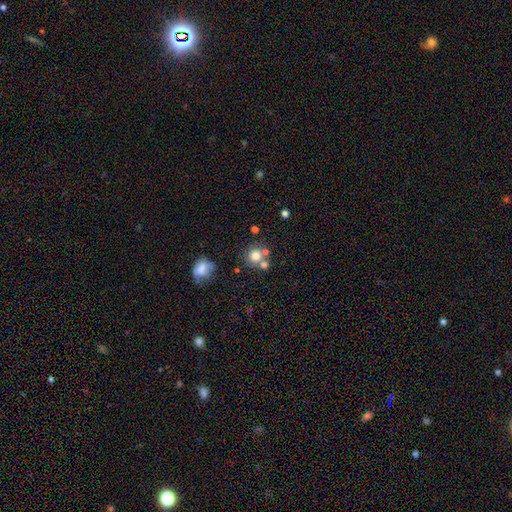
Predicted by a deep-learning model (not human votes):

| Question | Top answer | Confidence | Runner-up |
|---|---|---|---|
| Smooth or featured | smooth | 75% | star or artifact (13%) |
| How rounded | round | 87% | in between (12%) |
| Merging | none | 54% | merger (33%) |